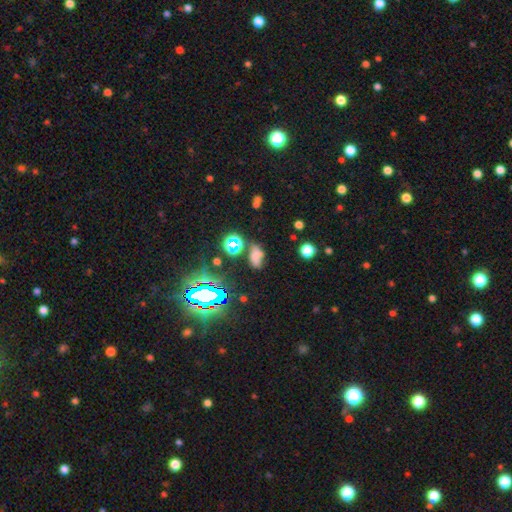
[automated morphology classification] smooth-or-featured: smooth: 52% | star or artifact: 30% | featured or disk: 18%
  how-rounded: in between: 82% | round: 13% | cigar-shaped: 5%
  merging: none: 53% | minor disturbance: 24% | major disturbance: 12% | merger: 11%